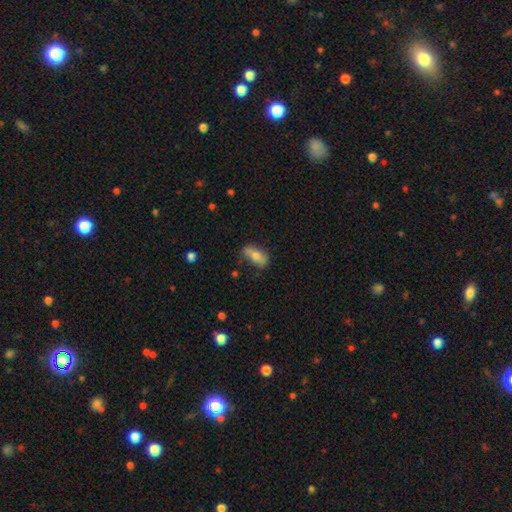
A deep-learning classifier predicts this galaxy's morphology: This is likely a smooth galaxy (65%). How rounded: likely in between (76%). Merging: likely none (68%).